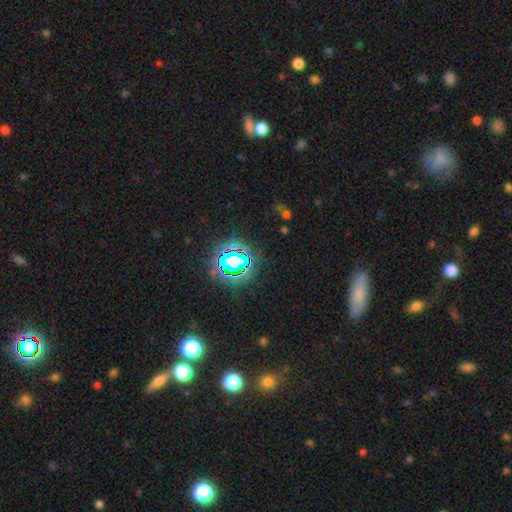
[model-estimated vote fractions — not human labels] Smooth or featured?
  - star or artifact: 69% *
  - smooth: 21%
  - featured or disk: 10%